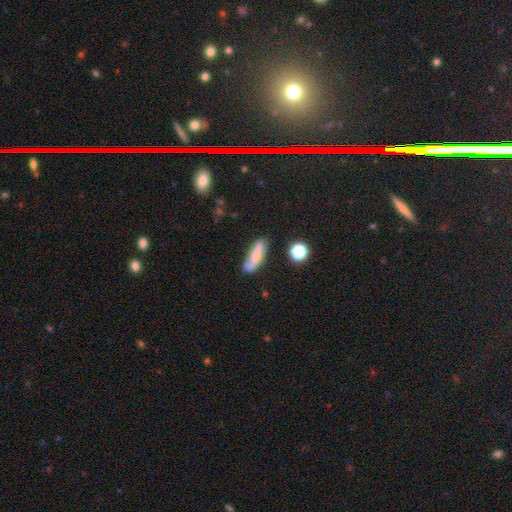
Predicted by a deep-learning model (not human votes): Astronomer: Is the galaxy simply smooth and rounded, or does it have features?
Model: smooth — 61%.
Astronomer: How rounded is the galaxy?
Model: cigar-shaped — 54% (runner-up: in between, 43%).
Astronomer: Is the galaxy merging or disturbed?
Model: none — 63%.